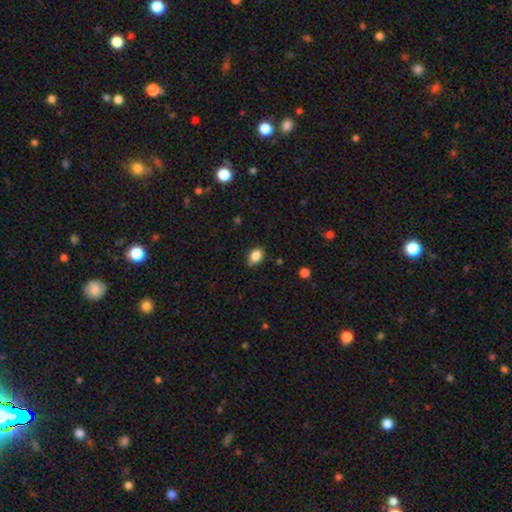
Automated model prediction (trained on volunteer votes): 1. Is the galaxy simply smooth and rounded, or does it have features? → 85% smooth, 9% star or artifact, 6% featured or disk.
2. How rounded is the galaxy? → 80% in between, 18% round, 2% cigar-shaped.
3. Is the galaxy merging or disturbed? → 68% none, 26% minor disturbance, 4% major disturbance, 1% merger.